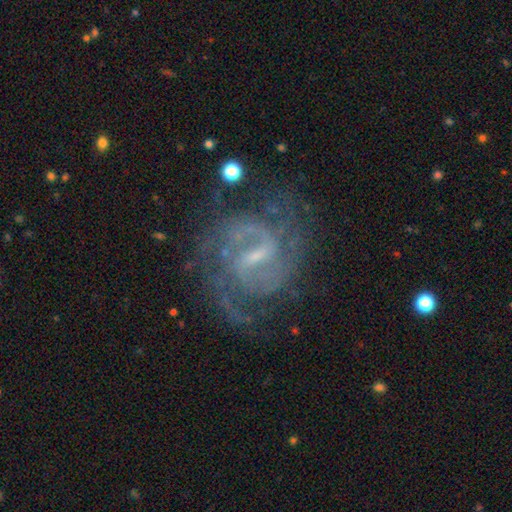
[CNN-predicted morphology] Smooth or featured? featured or disk (89%)
Edge-on disk? no (98%)
Bar? weak (54%)
Spiral arms? yes (97%)
Spiral winding? medium (50%)
Spiral arm count? 2 (59%)
Bulge size? small (60%)
Merging? none (72%)